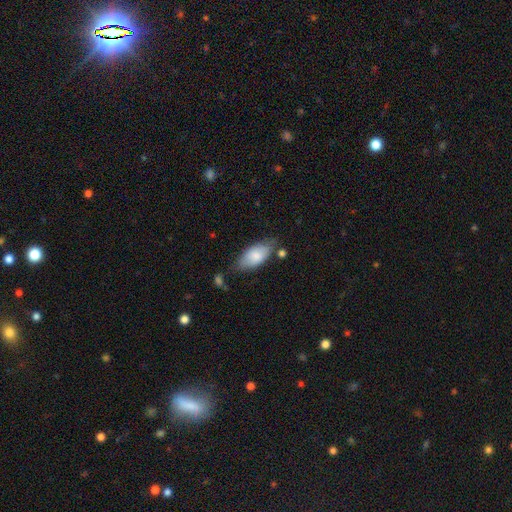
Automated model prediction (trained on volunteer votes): Smooth or featured? Predicted: smooth (p=0.80). How rounded? Predicted: in between (p=0.90). Merging? Predicted: none (p=0.64).